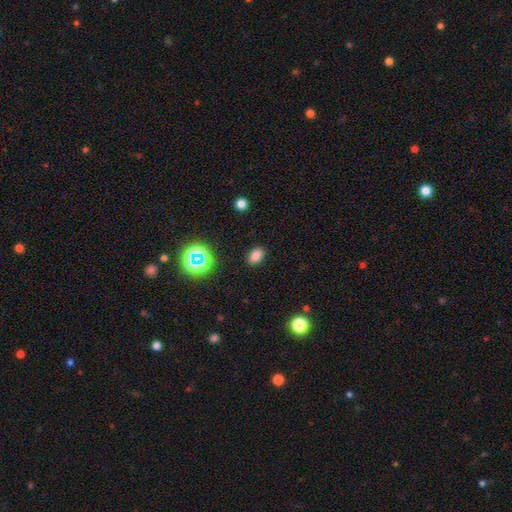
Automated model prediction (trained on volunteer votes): Q: Smooth or featured?
A: smooth (78%); runner-up: star or artifact (17%)
Q: How rounded?
A: in between (77%); runner-up: round (22%)
Q: Merging?
A: none (88%); runner-up: minor disturbance (8%)